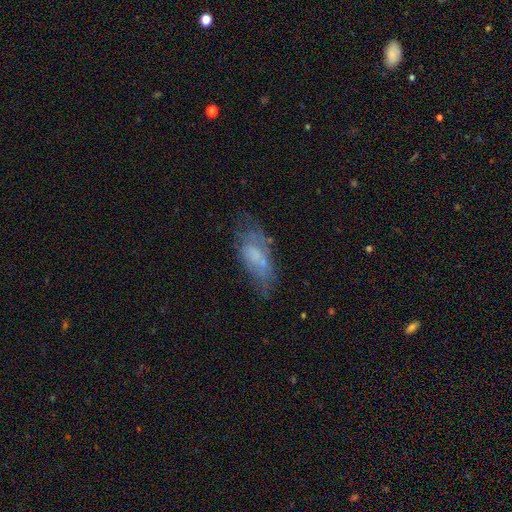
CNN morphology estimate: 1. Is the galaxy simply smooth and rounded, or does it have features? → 48% smooth, 41% featured or disk, 12% star or artifact.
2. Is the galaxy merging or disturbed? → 48% none, 27% minor disturbance, 19% major disturbance, 5% merger.